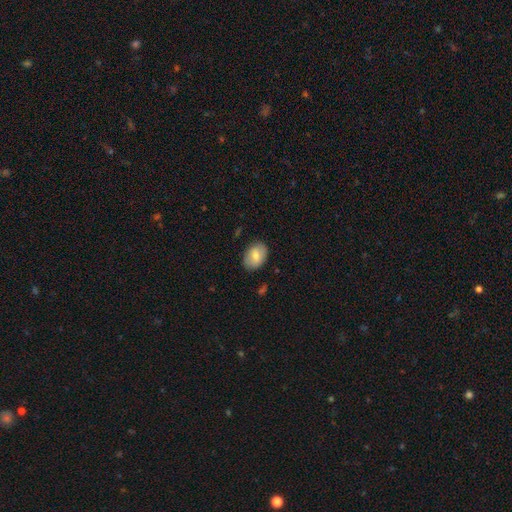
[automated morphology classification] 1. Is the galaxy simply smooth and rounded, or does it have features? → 74% smooth, 19% featured or disk, 7% star or artifact.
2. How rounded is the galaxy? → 82% in between, 17% round, 1% cigar-shaped.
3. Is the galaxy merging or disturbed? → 85% none, 12% minor disturbance, 3% major disturbance, 1% merger.